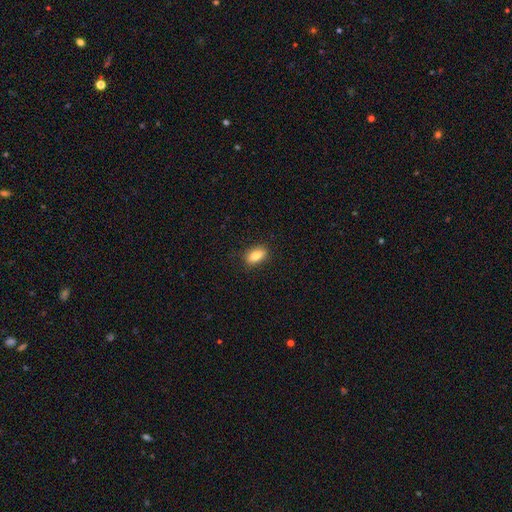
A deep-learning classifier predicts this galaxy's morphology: Smooth or featured?
  - smooth: 81% *
  - featured or disk: 11%
  - star or artifact: 8%
How rounded?
  - in between: 85% *
  - cigar-shaped: 8%
  - round: 7%
Merging?
  - none: 85% *
  - minor disturbance: 12%
  - major disturbance: 3%
  - merger: 1%